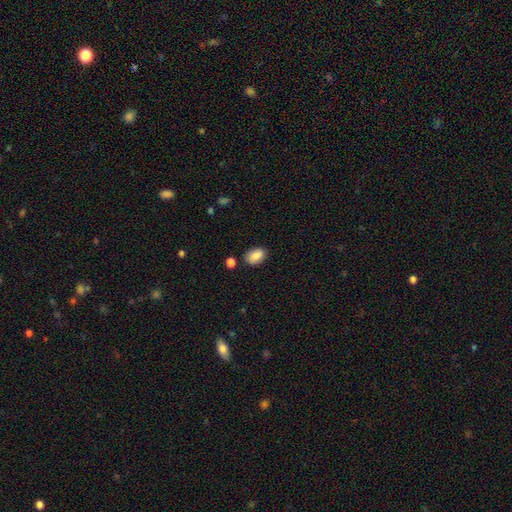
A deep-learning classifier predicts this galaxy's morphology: This is clearly a smooth galaxy (87%). How rounded: clearly in between (87%). Merging: clearly none (82%).